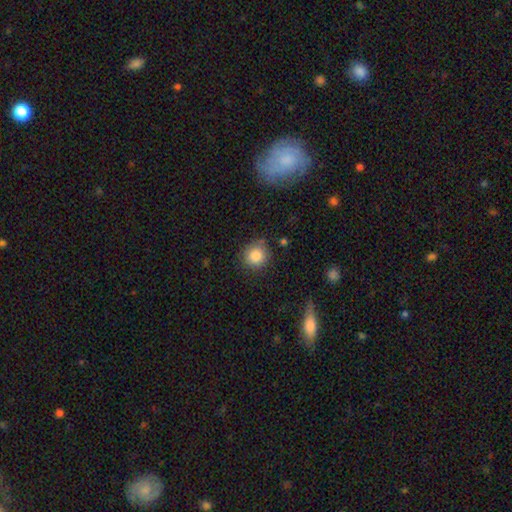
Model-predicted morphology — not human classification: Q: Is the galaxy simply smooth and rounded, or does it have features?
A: smooth — 86%.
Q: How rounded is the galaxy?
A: round — 91%.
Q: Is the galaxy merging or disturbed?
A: none — 82%.